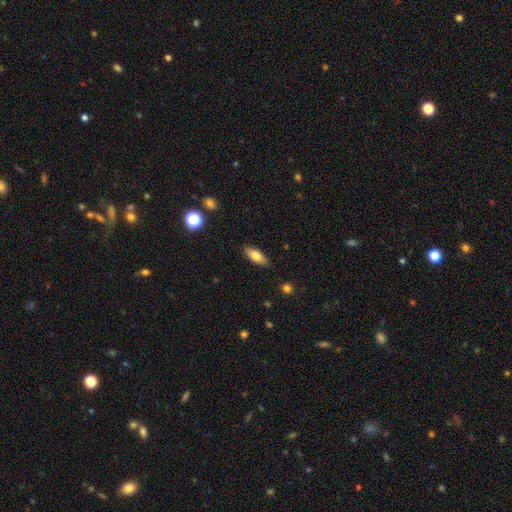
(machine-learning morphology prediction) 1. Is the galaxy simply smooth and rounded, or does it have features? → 76% smooth, 17% featured or disk, 7% star or artifact.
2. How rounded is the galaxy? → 75% in between, 22% cigar-shaped, 3% round.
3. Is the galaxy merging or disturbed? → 86% none, 10% minor disturbance, 2% major disturbance, 1% merger.